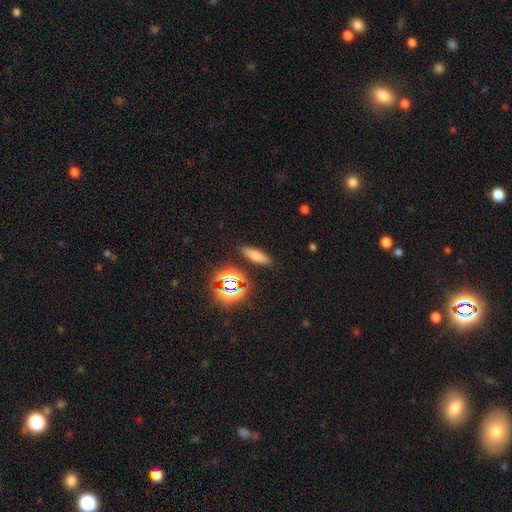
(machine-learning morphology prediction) smooth-or-featured: smooth: 67% | star or artifact: 19% | featured or disk: 14%
  how-rounded: cigar-shaped: 49% | in between: 46% | round: 5%
  merging: none: 87% | minor disturbance: 8% | major disturbance: 3% | merger: 2%